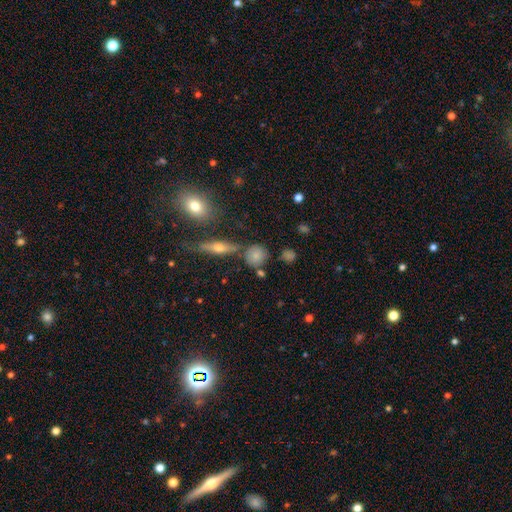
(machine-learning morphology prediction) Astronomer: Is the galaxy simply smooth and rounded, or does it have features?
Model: smooth — 75%.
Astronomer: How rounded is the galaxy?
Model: round — 86%.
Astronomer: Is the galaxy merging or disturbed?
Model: none — 75%.